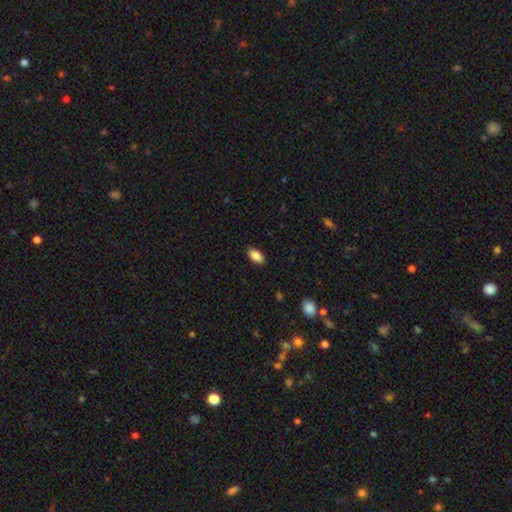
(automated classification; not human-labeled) smooth 87%, star or artifact 7%, featured or disk 5%. Down the decision tree: how rounded — in between (92%); merging — none (88%).